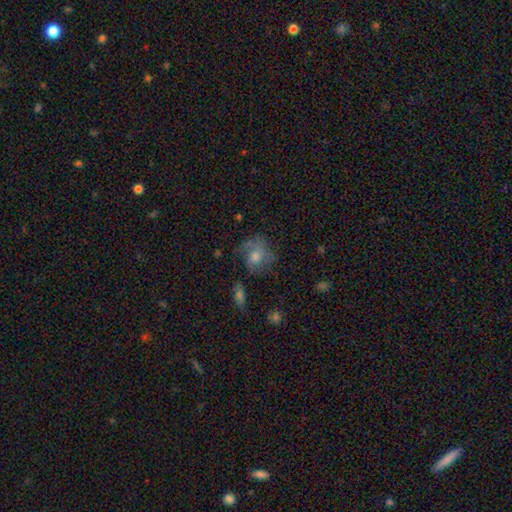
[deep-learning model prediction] This is possibly a featured or disk galaxy (51%). It is clearly not viewed edge-on (97%). Merging: possibly none (55%).